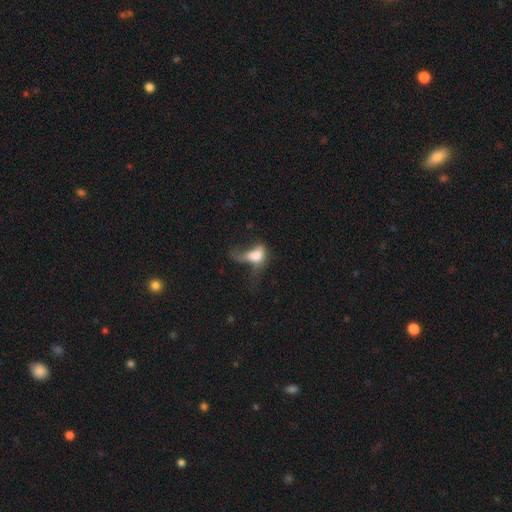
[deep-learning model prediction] Smooth or featured: smooth — 59% (featured or disk — 29%)
How rounded: in between — 80% (round — 12%)
Merging: major disturbance — 58% (none — 14%)